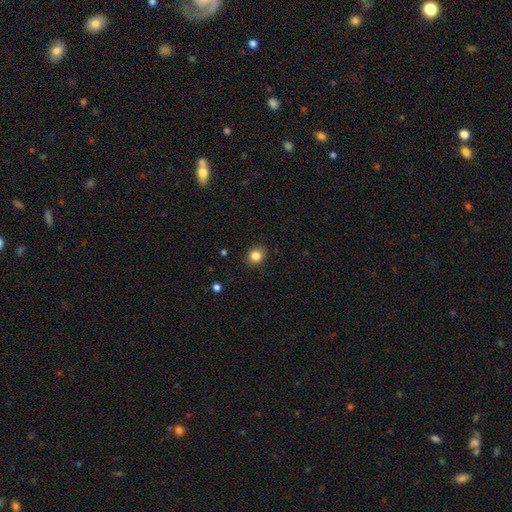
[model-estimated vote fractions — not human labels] smooth 84%, star or artifact 11%, featured or disk 5%. Down the decision tree: how rounded — round (74%); merging — none (88%).